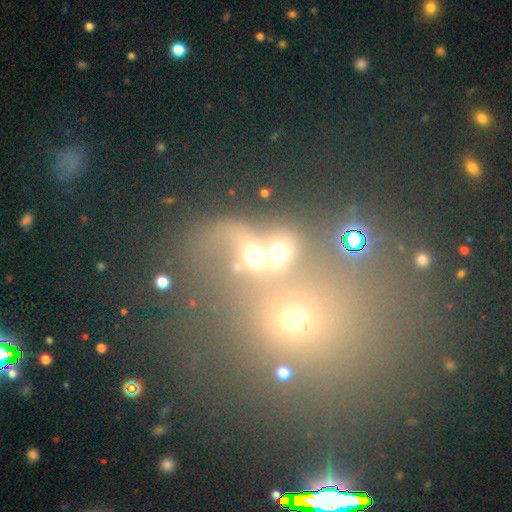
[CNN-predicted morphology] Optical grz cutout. It shows a smooth galaxy with no disk features (52%) that is round (65%). Merging: merger (64%).